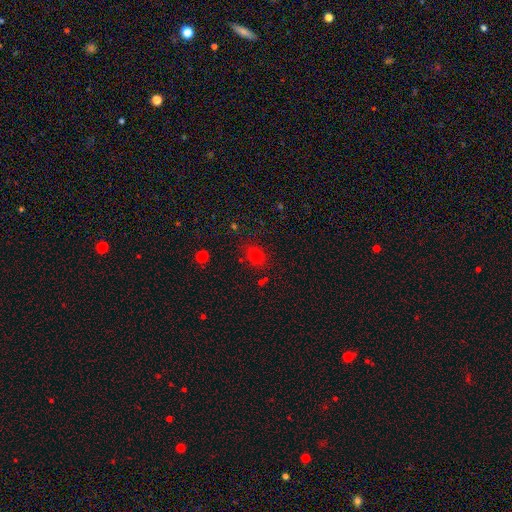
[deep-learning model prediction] Smooth or featured: smooth — 74% (star or artifact — 19%)
How rounded: round — 60% (in between — 38%)
Merging: none — 82% (minor disturbance — 12%)